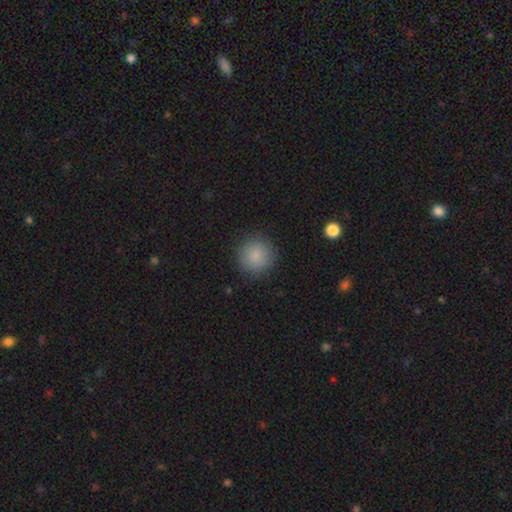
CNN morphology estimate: Smooth or featured? Predicted: smooth (p=0.86). How rounded? Predicted: round (p=0.93). Merging? Predicted: none (p=0.88).